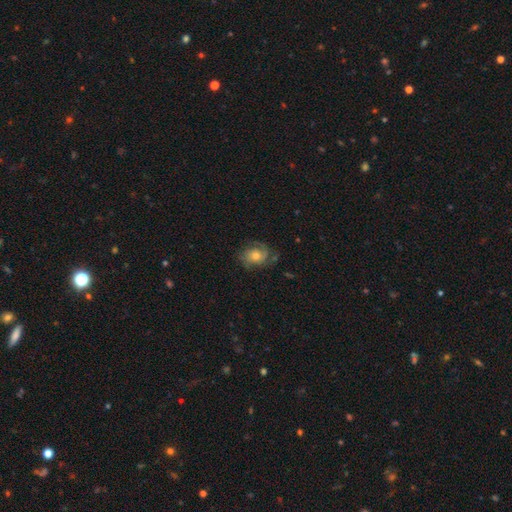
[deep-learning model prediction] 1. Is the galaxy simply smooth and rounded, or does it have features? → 63% featured or disk, 27% smooth, 10% star or artifact.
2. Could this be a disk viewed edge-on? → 97% no, 3% yes.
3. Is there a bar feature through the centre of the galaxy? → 78% no, 19% weak, 3% strong.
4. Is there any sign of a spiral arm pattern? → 88% yes, 12% no.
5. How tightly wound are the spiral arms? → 44% tight, 40% medium, 16% loose.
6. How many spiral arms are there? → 43% 2, 25% can't tell, 16% 3, 8% 1, 4% 4, 3% more than 4.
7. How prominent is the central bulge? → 61% moderate, 28% small, 7% large, 2% none, 1% dominant.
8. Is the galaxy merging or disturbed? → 70% none, 19% minor disturbance, 10% major disturbance, 2% merger.